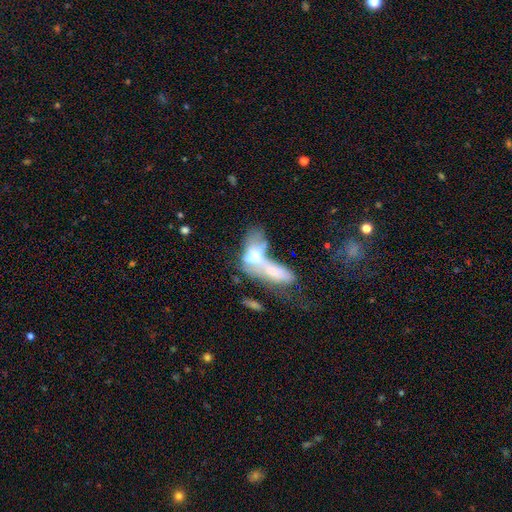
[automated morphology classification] smooth-or-featured: featured or disk: 46% | smooth: 45% | star or artifact: 10%
  merging: merger: 73% | major disturbance: 14% | none: 8% | minor disturbance: 5%